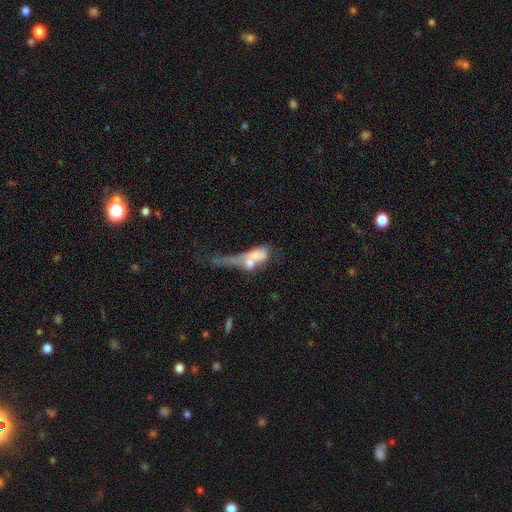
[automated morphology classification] This is possibly a smooth galaxy (51%). How rounded: possibly in between (57%). Merging: marginally merger (44%).